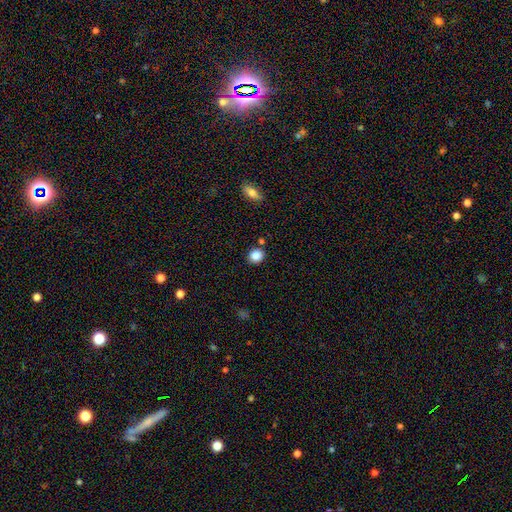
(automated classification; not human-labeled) Morphology: type=smooth (86%); roundness=round (80%); merging=none (86%).